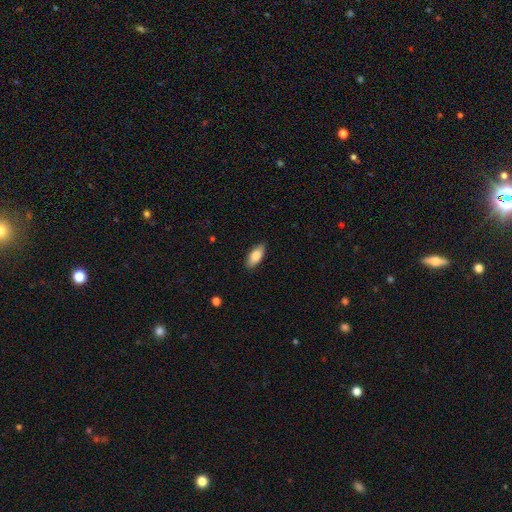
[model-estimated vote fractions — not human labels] This is clearly a smooth galaxy (82%). How rounded: clearly in between (87%). Merging: clearly none (88%).